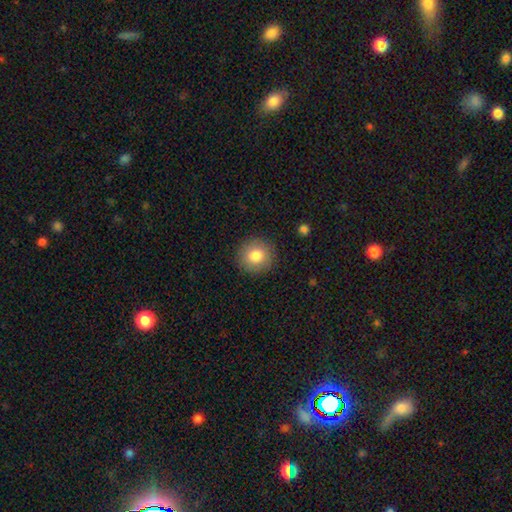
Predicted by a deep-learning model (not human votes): Smooth or featured? Predicted: smooth (p=0.84). How rounded? Predicted: round (p=0.93). Merging? Predicted: none (p=0.90).